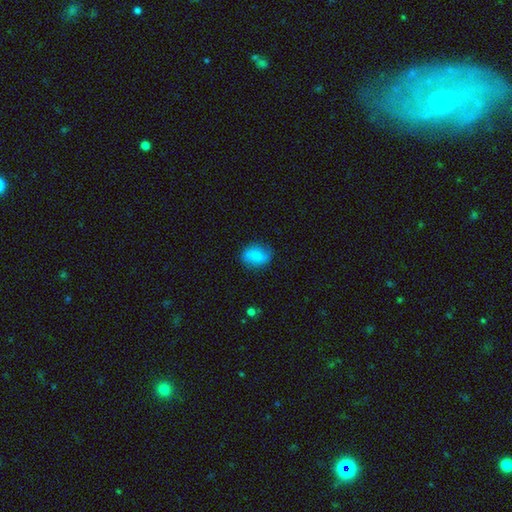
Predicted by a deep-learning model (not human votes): smooth 72%, featured or disk 20%, star or artifact 8%. Down the decision tree: how rounded — in between (67%); merging — none (78%).